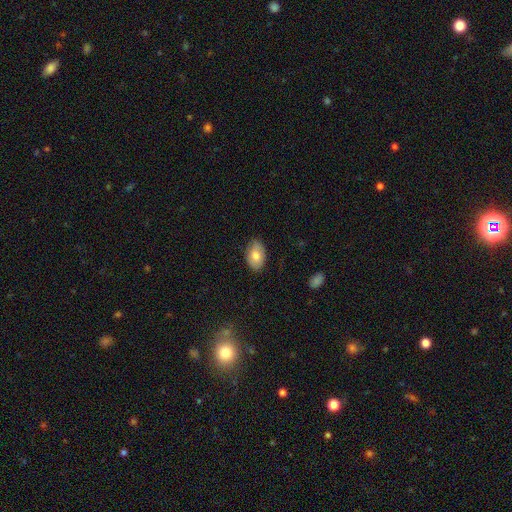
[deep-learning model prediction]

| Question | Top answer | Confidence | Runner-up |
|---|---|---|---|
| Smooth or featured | smooth | 78% | featured or disk (15%) |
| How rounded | in between | 90% | round (8%) |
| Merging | none | 84% | minor disturbance (12%) |